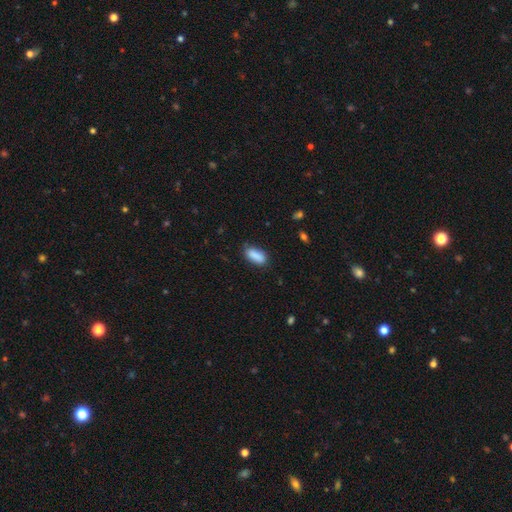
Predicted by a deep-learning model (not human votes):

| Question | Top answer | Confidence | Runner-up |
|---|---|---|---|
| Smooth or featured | smooth | 87% | star or artifact (7%) |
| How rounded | in between | 81% | cigar-shaped (17%) |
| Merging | none | 78% | minor disturbance (16%) |